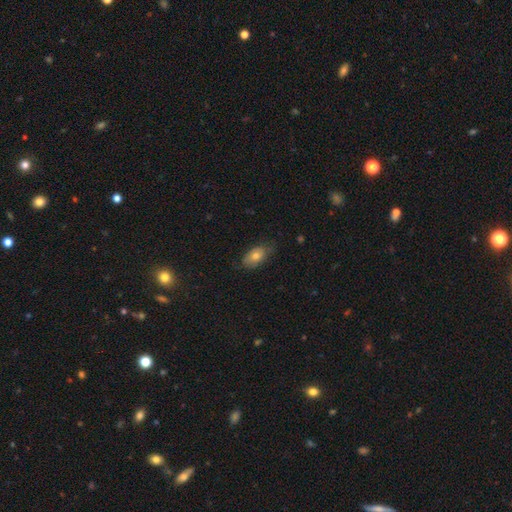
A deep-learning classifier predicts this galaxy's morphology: Smooth or featured?
  - smooth: 70% *
  - featured or disk: 22%
  - star or artifact: 9%
How rounded?
  - in between: 89% *
  - round: 8%
  - cigar-shaped: 3%
Merging?
  - none: 71% *
  - minor disturbance: 22%
  - major disturbance: 5%
  - merger: 1%